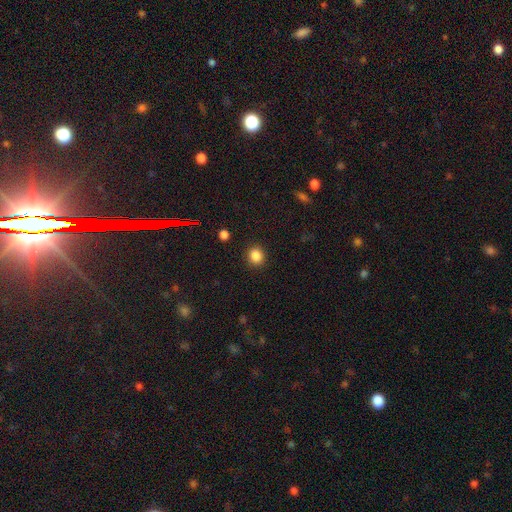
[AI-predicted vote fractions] Overall: smooth (85%). How rounded: round (79%). Merging: none (90%).